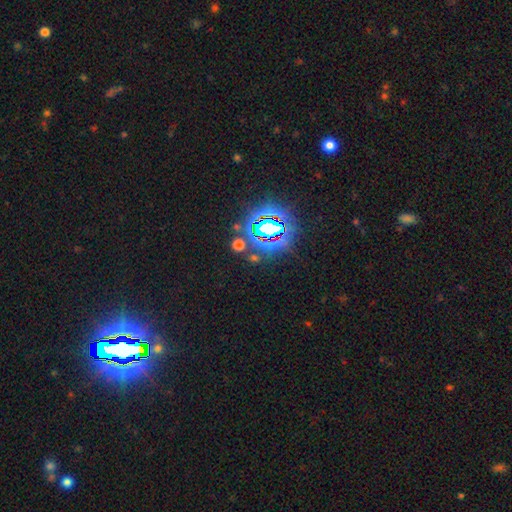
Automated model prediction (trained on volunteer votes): smooth-or-featured: star or artifact: 77% | smooth: 14% | featured or disk: 8%